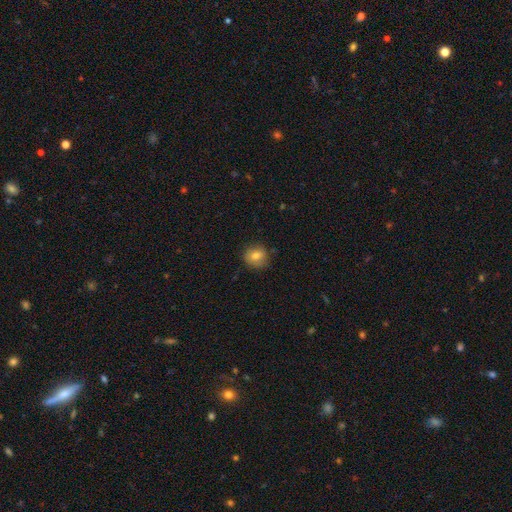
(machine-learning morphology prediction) Q: Smooth or featured?
A: smooth (78%); runner-up: featured or disk (12%)
Q: How rounded?
A: round (80%); runner-up: in between (19%)
Q: Merging?
A: none (82%); runner-up: minor disturbance (14%)